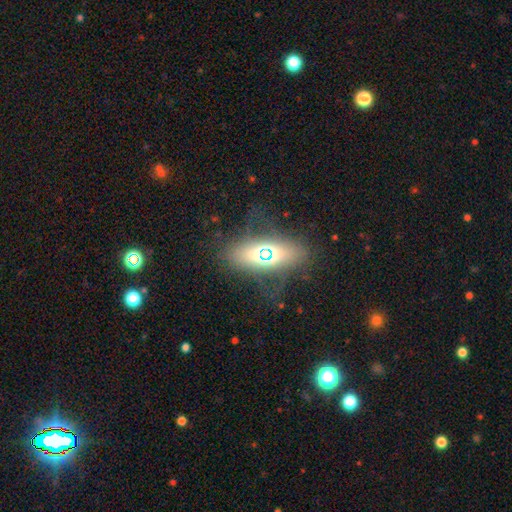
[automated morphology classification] Smooth or featured: smooth — 47% (featured or disk — 42%)
Merging: none — 68% (minor disturbance — 19%)